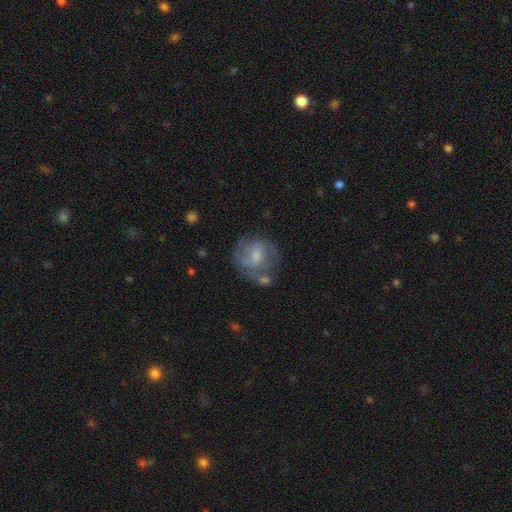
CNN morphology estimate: This is likely a featured or disk galaxy (64%). It is clearly not viewed edge-on (97%). Bar: possibly weak (53%). Spiral arm pattern: clearly yes (82%). Spiral arm count: possibly 2 (58%). Spiral winding: possibly medium (46%). Central bulge: marginally moderate (42%). Merging: possibly none (59%).